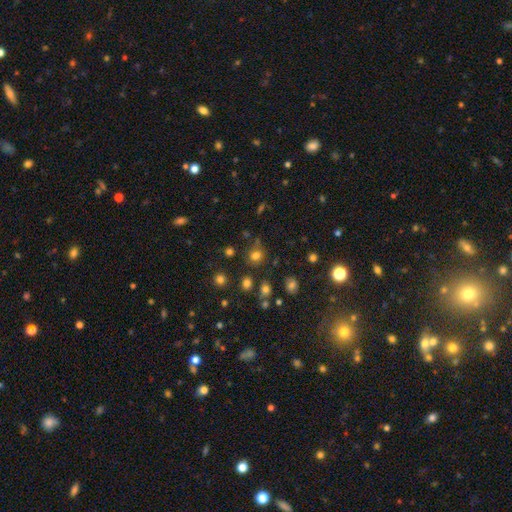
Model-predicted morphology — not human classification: Overall: smooth (75%). How rounded: round (81%). Merging: none (74%).